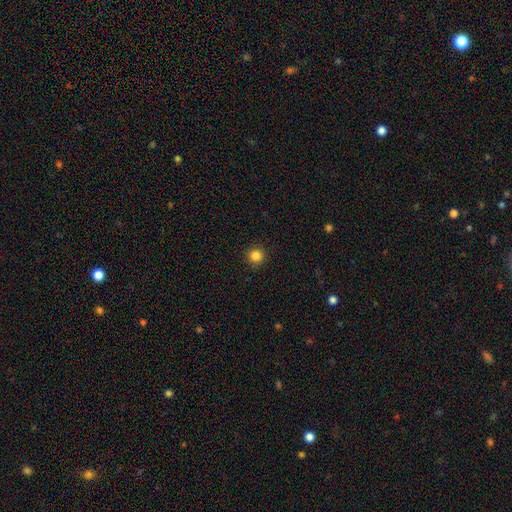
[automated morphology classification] smooth 84%, star or artifact 12%, featured or disk 4%. Down the decision tree: how rounded — round (94%); merging — none (92%).